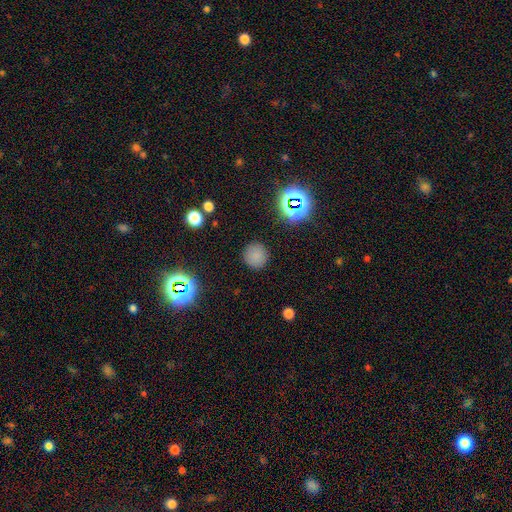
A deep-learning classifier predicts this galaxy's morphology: Q: Smooth or featured?
A: smooth (77%); runner-up: star or artifact (17%)
Q: How rounded?
A: round (93%); runner-up: in between (6%)
Q: Merging?
A: none (89%); runner-up: minor disturbance (7%)